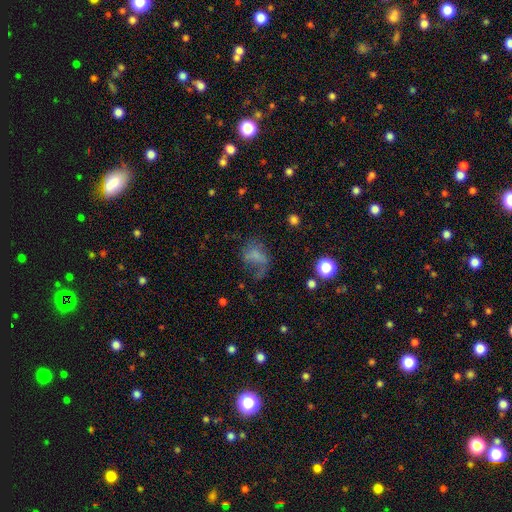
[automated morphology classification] Smooth or featured: smooth — 51% (featured or disk — 32%)
How rounded: in between — 70% (round — 27%)
Merging: major disturbance — 42% (none — 32%)